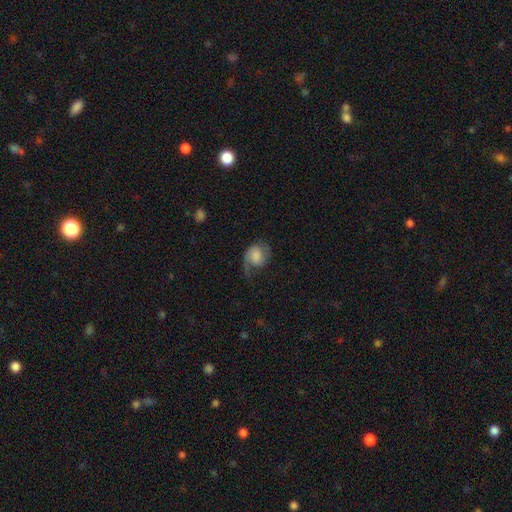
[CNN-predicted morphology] smooth_or_featured: featured or disk (p=0.48) [alt: smooth p=0.44]
merging: none (p=0.43) [alt: major disturbance p=0.28]